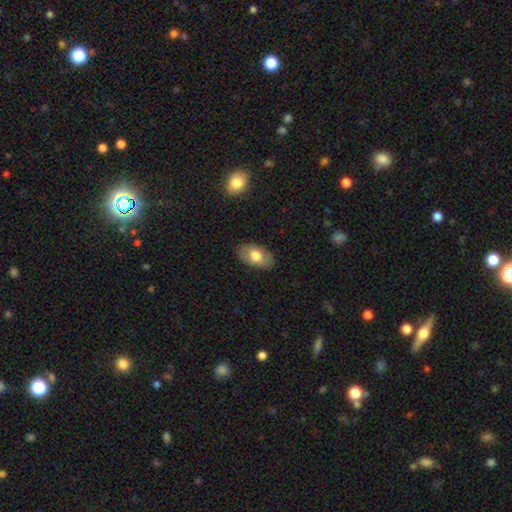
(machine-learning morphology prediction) Smooth or featured?
  - smooth: 68% *
  - featured or disk: 25%
  - star or artifact: 7%
How rounded?
  - in between: 92% *
  - round: 7%
  - cigar-shaped: 1%
Merging?
  - none: 85% *
  - minor disturbance: 11%
  - major disturbance: 3%
  - merger: 1%